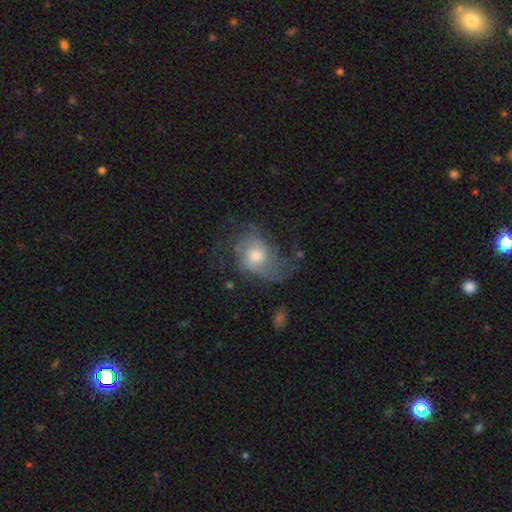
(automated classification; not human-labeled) Smooth or featured?
  - featured or disk: 67% *
  - smooth: 25%
  - star or artifact: 8%
Edge-on disk?
  - no: 97% *
  - yes: 3%
Bar?
  - no: 76% *
  - weak: 21%
  - strong: 3%
Spiral arms?
  - yes: 83% *
  - no: 17%
Spiral winding?
  - medium: 41% *
  - loose: 37%
  - tight: 22%
Spiral arm count?
  - can't tell: 32% *
  - 2: 29%
  - 3: 19%
  - 4: 8%
  - 1: 7%
  - more than 4: 5%
Bulge size?
  - moderate: 60% *
  - small: 26%
  - large: 11%
  - none: 2%
  - dominant: 2%
Merging?
  - none: 43% *
  - major disturbance: 33%
  - minor disturbance: 22%
  - merger: 2%